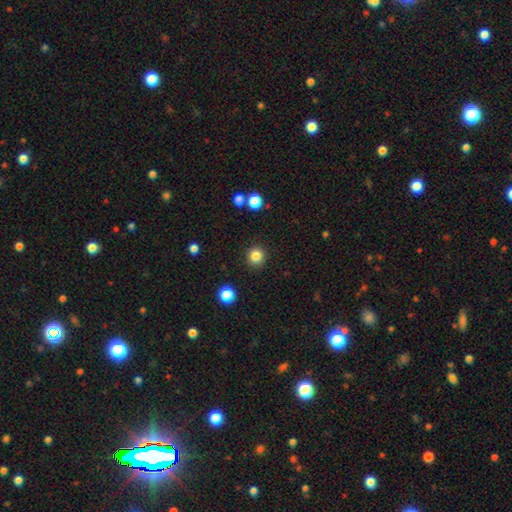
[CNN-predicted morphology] smooth 84%, star or artifact 11%, featured or disk 4%. Down the decision tree: how rounded — round (93%); merging — none (90%).